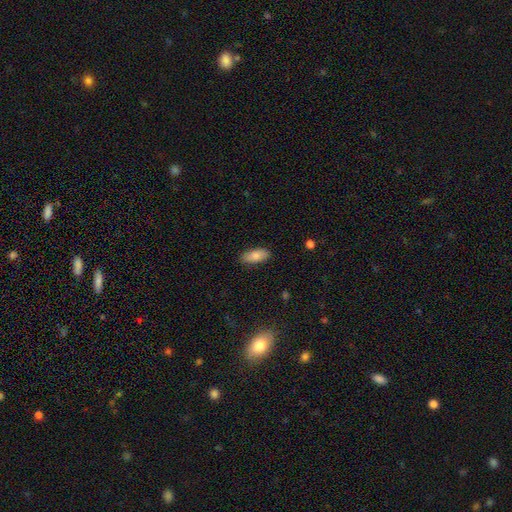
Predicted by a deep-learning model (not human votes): Q: Smooth or featured?
A: smooth (82%); runner-up: featured or disk (11%)
Q: How rounded?
A: in between (86%); runner-up: cigar-shaped (12%)
Q: Merging?
A: none (87%); runner-up: minor disturbance (10%)